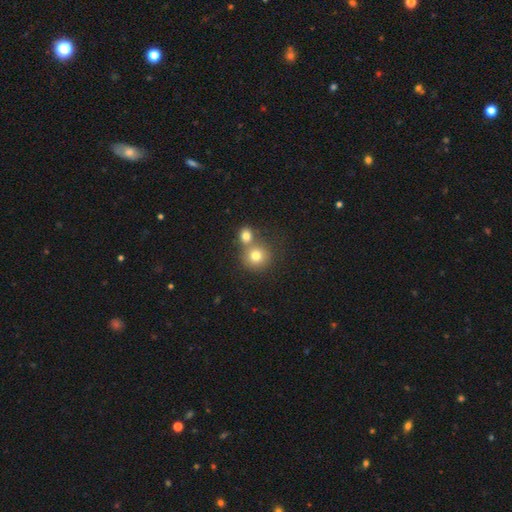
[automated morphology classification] Q: Smooth or featured?
A: smooth (77%); runner-up: star or artifact (12%)
Q: How rounded?
A: round (88%); runner-up: in between (11%)
Q: Merging?
A: none (47%); runner-up: merger (43%)